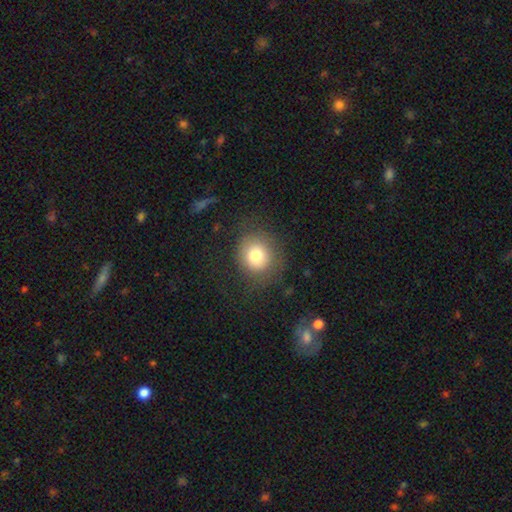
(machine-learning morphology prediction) Overall: smooth (77%). How rounded: round (85%). Merging: none (77%).